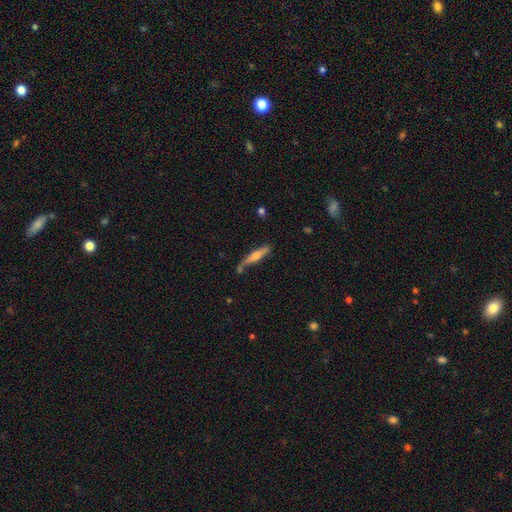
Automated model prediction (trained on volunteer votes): Morphology: type=featured or disk (59%); edge-on=yes (95%); edge-on bulge=rounded (80%); merging=none (72%).